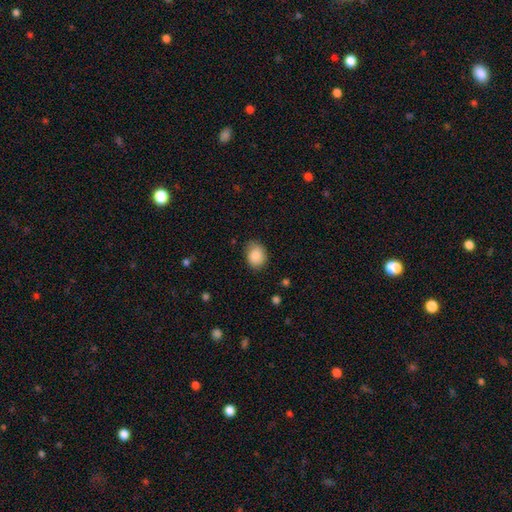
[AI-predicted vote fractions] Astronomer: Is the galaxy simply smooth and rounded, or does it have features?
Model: smooth — 88%.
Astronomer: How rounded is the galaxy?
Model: in between — 51% (runner-up: round, 48%).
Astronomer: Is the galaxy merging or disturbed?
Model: none — 74%.